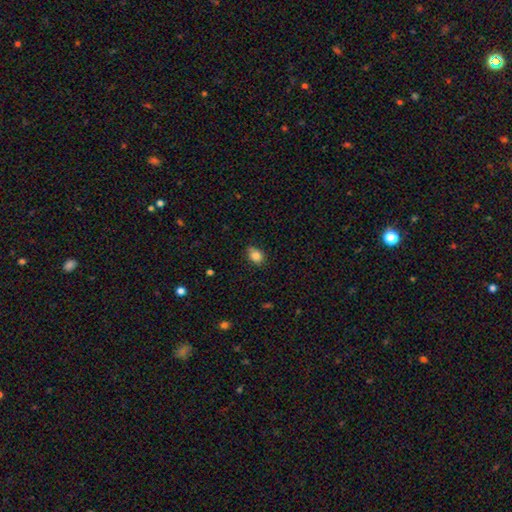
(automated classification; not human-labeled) A smooth galaxy with no disk features (84%) that is in between round and cigar-shaped (59%).

Vote fractions:
- Smooth or featured? smooth: 84% / star or artifact: 10% / featured or disk: 6%
- How rounded? in between: 59% / round: 40% / cigar-shaped: 1%
- Merging? none: 74% / minor disturbance: 21% / major disturbance: 3% / merger: 2%